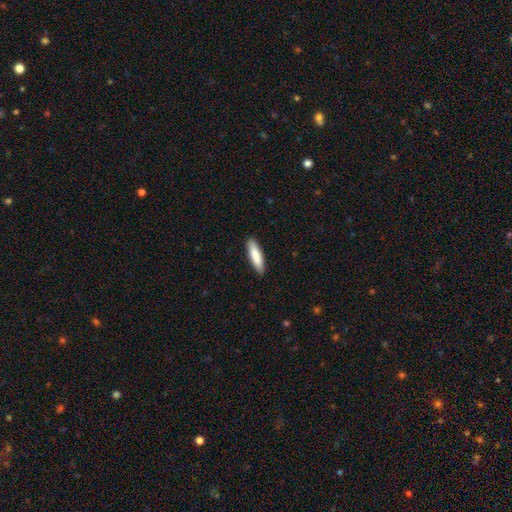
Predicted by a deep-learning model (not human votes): The model was most divided on "how rounded": cigar-shaped: 71%, in between: 28%, round: 1%. More confident: merging — none (90%); smooth or featured — smooth (83%).